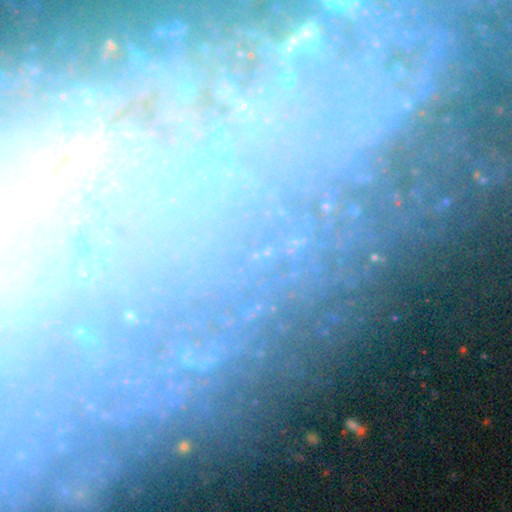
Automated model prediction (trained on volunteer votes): Q: Smooth or featured?
A: star or artifact (59%); runner-up: featured or disk (23%)